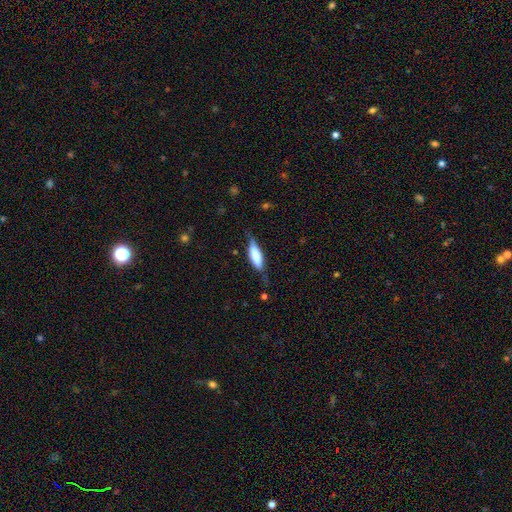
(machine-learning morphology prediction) The model was most divided on "how rounded": cigar-shaped: 50%, in between: 48%, round: 2%. More confident: smooth or featured — smooth (66%); merging — none (64%).